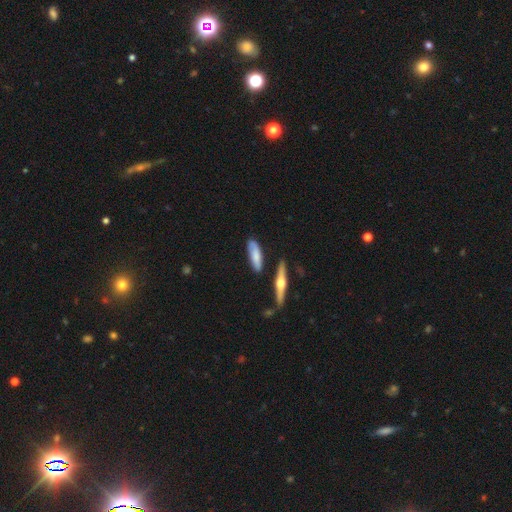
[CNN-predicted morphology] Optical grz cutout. It shows a smooth galaxy with no disk features (62%) that is cigar-shaped (55%). Merging: none (72%).